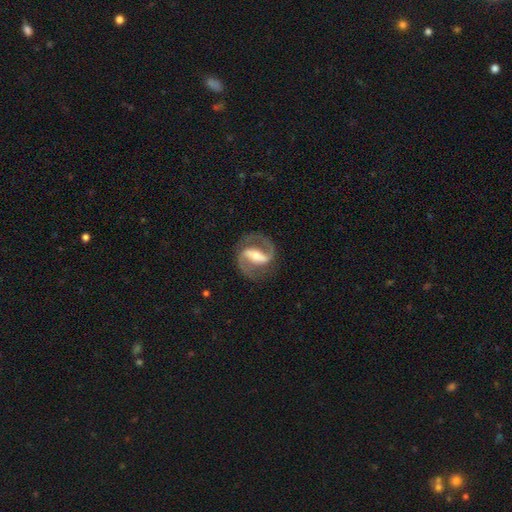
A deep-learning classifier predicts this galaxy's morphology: type=featured or disk (90%); edge-on=no (97%); bar=strong (64%); spiral arms=yes (96%); winding=medium (60%); arm count=2 (93%); bulge=moderate (48%); merging=none (81%).